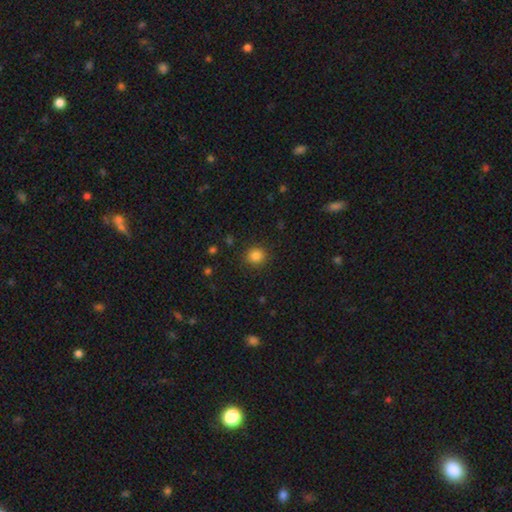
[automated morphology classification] Q: Smooth or featured?
A: smooth (84%); runner-up: star or artifact (12%)
Q: How rounded?
A: round (88%); runner-up: in between (11%)
Q: Merging?
A: none (89%); runner-up: minor disturbance (7%)